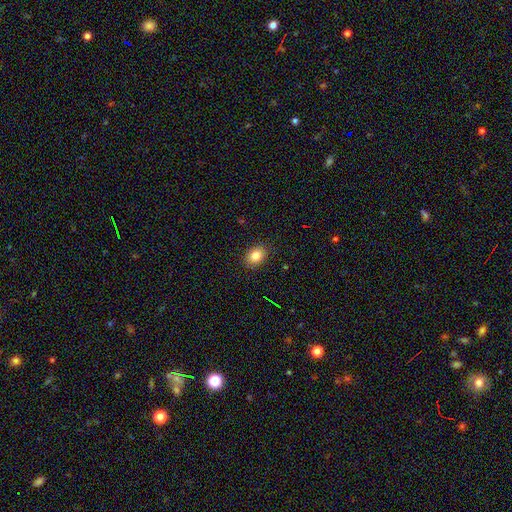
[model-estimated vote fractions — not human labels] smooth_or_featured: smooth (p=0.83) [alt: star or artifact p=0.10]
how_rounded: in between (p=0.68) [alt: round p=0.31]
merging: none (p=0.87) [alt: minor disturbance p=0.10]